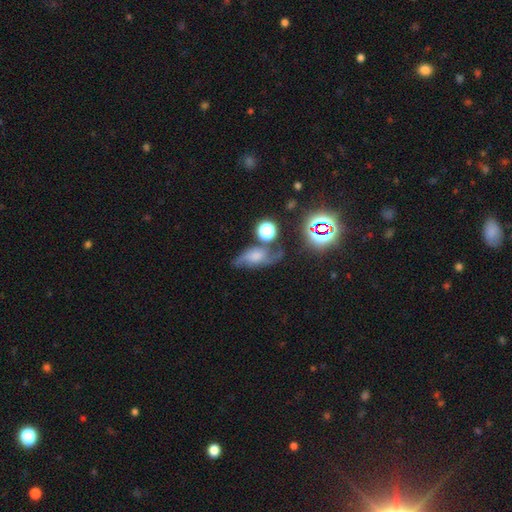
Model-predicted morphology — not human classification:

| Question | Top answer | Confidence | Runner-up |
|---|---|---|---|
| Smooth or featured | featured or disk | 53% | star or artifact (25%) |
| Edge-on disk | no | 88% | yes (12%) |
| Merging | none | 56% | minor disturbance (21%) |